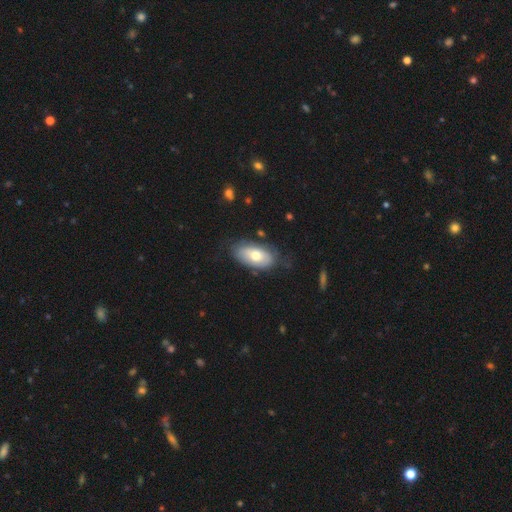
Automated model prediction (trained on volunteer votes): Smooth or featured? smooth (63%)
How rounded? in between (93%)
Merging? none (67%)